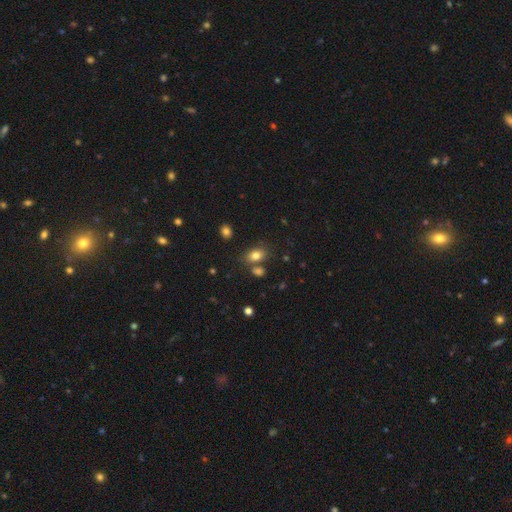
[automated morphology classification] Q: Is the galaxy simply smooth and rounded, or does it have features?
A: smooth — 81%.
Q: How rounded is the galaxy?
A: in between — 80%.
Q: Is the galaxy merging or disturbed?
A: none — 67%.